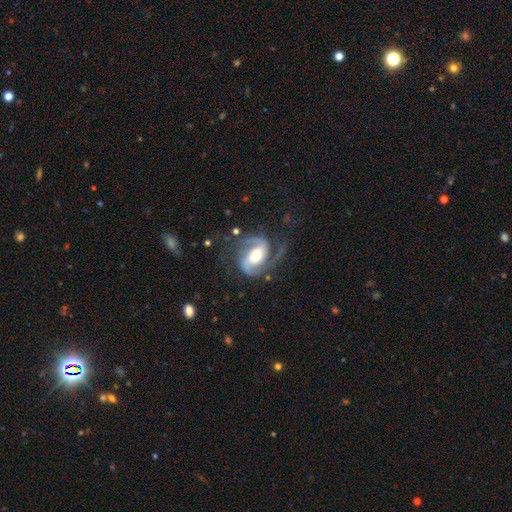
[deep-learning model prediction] featured or disk 91%, smooth 5%, star or artifact 4%. Down the decision tree: edge-on disk — no (98%); bar — no (44%); spiral arms — yes (98%); spiral arm count — 2 (91%); spiral winding — medium (54%); bulge size — moderate (55%); merging — none (66%).